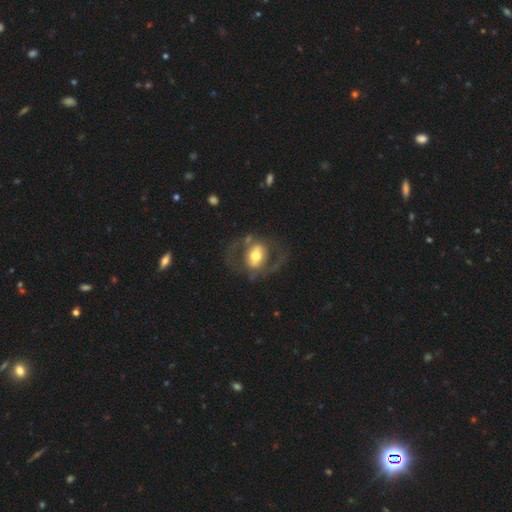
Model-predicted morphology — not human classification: A featured or disk galaxy (65%) with no bar (36%), no spiral arms (53%) and a moderate central bulge (63%). Merging: none (63%).